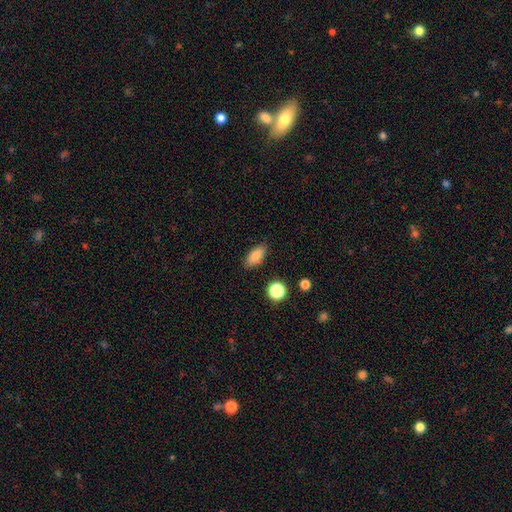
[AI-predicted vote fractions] Q: Smooth or featured?
A: smooth (85%); runner-up: star or artifact (9%)
Q: How rounded?
A: in between (86%); runner-up: cigar-shaped (8%)
Q: Merging?
A: none (86%); runner-up: minor disturbance (10%)